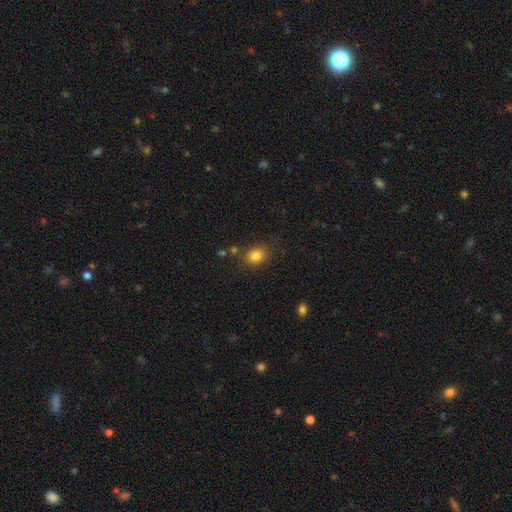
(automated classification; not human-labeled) Morphology: type=smooth (83%); roundness=round (52%); merging=none (77%).